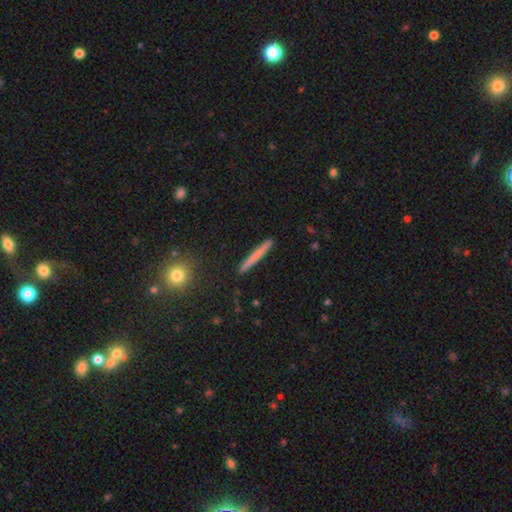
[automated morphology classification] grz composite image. It shows a smooth galaxy with no disk features (64%) that is cigar-shaped (96%). Merging: none (91%).